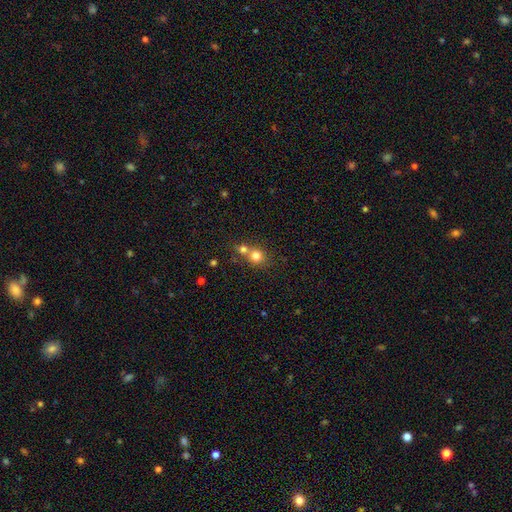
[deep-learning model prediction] Morphology: type=smooth (78%); roundness=round (83%); merging=merger (48%).